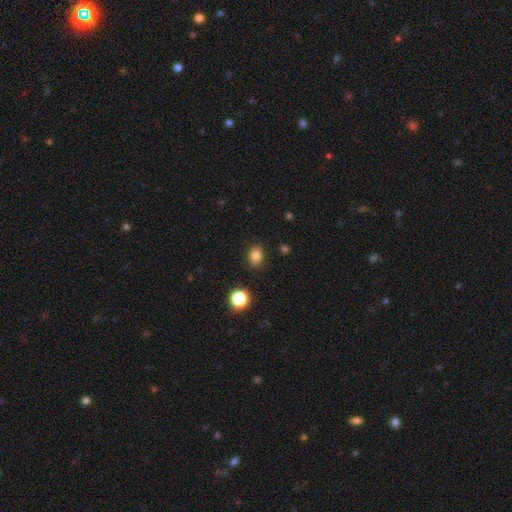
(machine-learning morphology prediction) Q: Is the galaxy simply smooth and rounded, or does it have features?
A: smooth — 82%.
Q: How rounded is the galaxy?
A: in between — 68%.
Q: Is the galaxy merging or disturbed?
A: none — 87%.